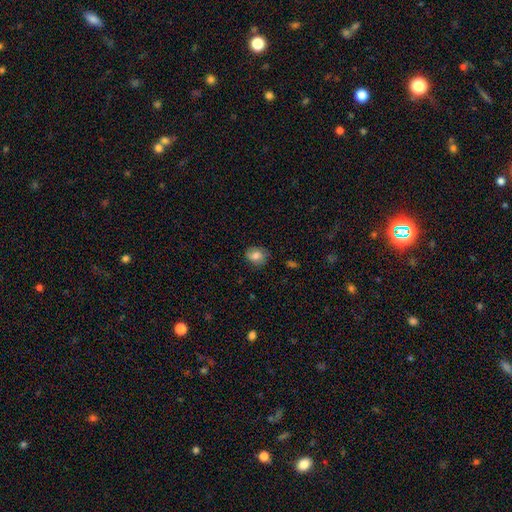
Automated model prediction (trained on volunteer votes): This appears to be a smooth galaxy with no disk features (79%) that is round (61%). Merging: none (77%).